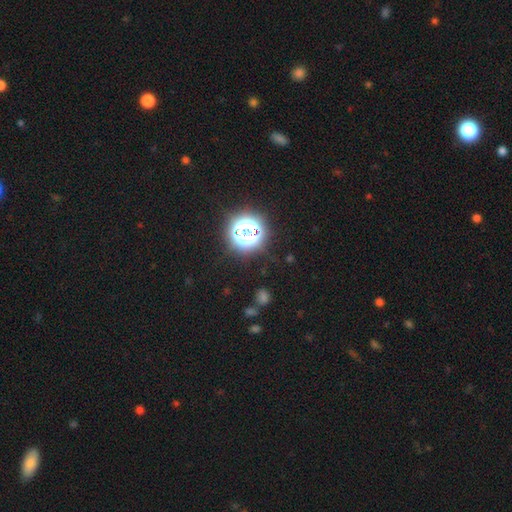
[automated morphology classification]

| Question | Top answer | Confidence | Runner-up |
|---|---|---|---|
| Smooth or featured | star or artifact | 81% | smooth (14%) |